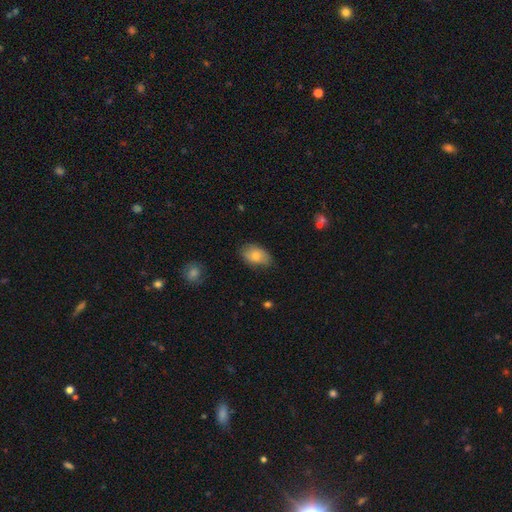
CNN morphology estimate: This is likely a smooth galaxy (76%). How rounded: clearly in between (90%). Merging: likely none (72%).